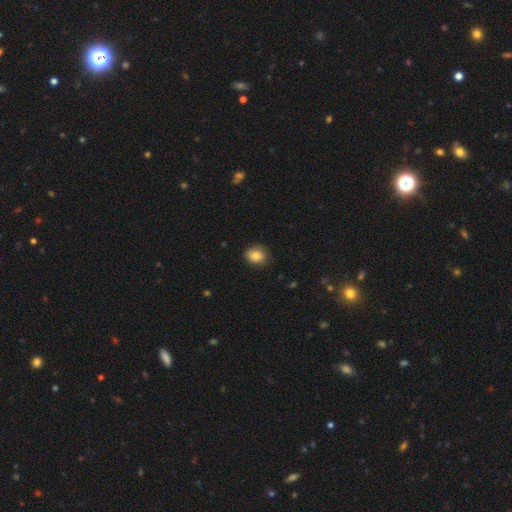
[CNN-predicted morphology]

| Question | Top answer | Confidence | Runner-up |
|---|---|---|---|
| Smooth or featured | smooth | 83% | star or artifact (9%) |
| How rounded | round | 62% | in between (37%) |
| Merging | none | 86% | minor disturbance (11%) |